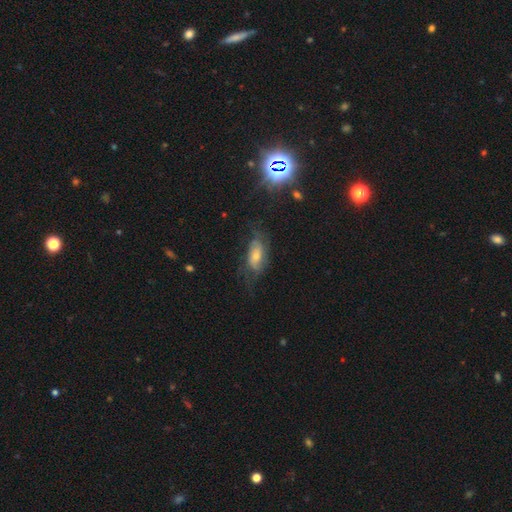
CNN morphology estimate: type=featured or disk (48%); merging=none (57%).